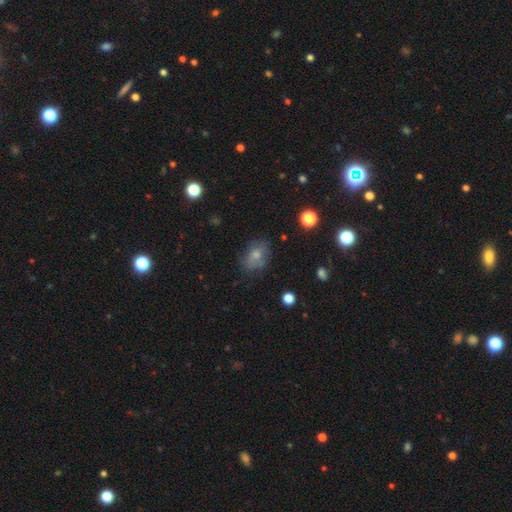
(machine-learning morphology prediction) Q: Smooth or featured?
A: smooth (68%); runner-up: featured or disk (21%)
Q: How rounded?
A: in between (71%); runner-up: round (27%)
Q: Merging?
A: none (62%); runner-up: minor disturbance (25%)